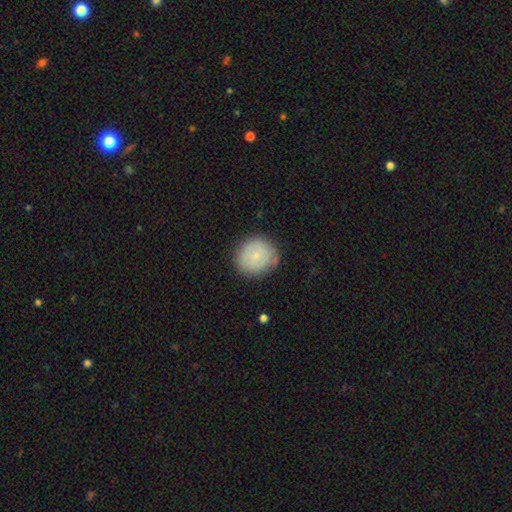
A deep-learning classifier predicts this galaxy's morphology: Smooth or featured? Predicted: smooth (p=0.73). How rounded? Predicted: round (p=0.83). Merging? Predicted: none (p=0.79).